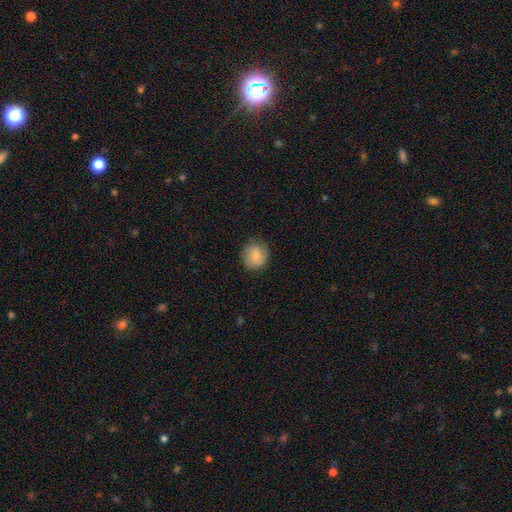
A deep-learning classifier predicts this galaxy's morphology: smooth 83%, featured or disk 10%, star or artifact 7%. Down the decision tree: how rounded — round (82%); merging — none (80%).